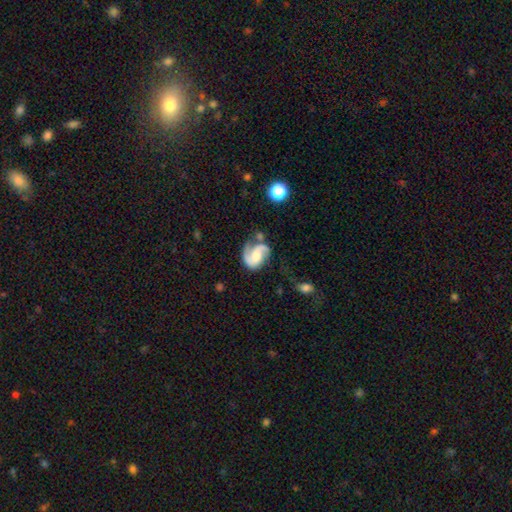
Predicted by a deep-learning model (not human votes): smooth_or_featured: featured or disk (p=0.85) [alt: smooth p=0.09]
disk_edge_on: no (p=0.98) [alt: yes p=0.02]
bar: no (p=0.49) [alt: weak p=0.39]
has_spiral_arms: yes (p=0.97) [alt: no p=0.03]
spiral_winding: medium (p=0.51) [alt: loose p=0.29]
spiral_arm_count: 2 (p=0.85) [alt: 1 p=0.08]
bulge_size: moderate (p=0.46) [alt: small p=0.29]
merging: none (p=0.54) [alt: minor disturbance p=0.23]